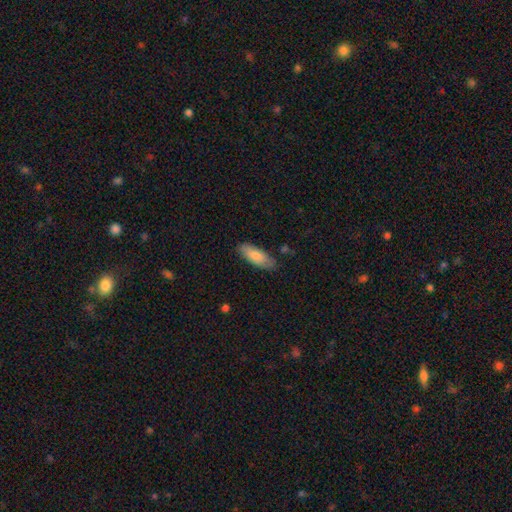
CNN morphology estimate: The model was most divided on "how rounded": in between: 74%, cigar-shaped: 24%, round: 2%. More confident: merging — none (81%); smooth or featured — smooth (80%).